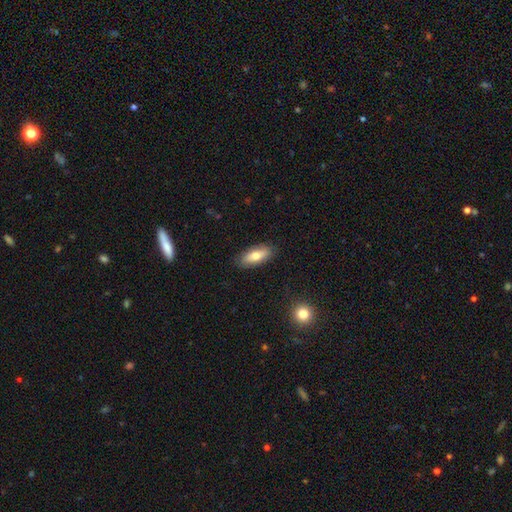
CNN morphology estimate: Smooth or featured? Predicted: smooth (p=0.69). How rounded? Predicted: in between (p=0.78). Merging? Predicted: none (p=0.86).